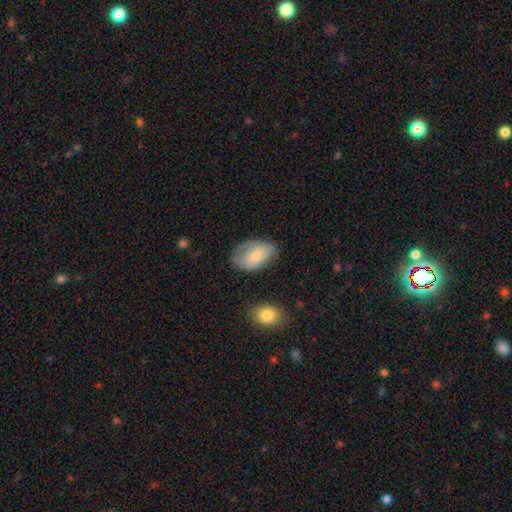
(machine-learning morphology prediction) Smooth or featured: smooth — 73% (featured or disk — 20%)
How rounded: in between — 89% (round — 10%)
Merging: none — 60% (minor disturbance — 29%)